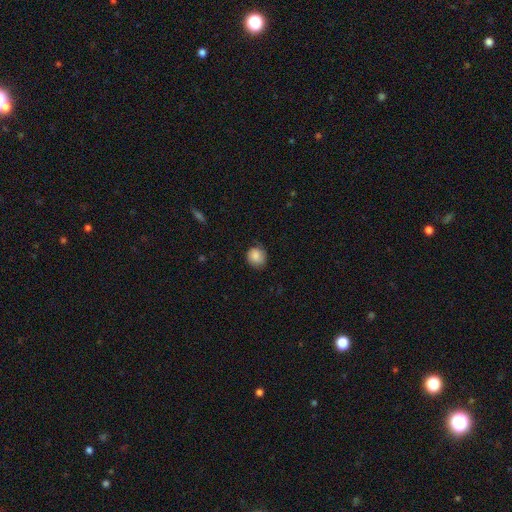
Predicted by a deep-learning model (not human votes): Smooth or featured? Predicted: smooth (p=0.83). How rounded? Predicted: round (p=0.82). Merging? Predicted: none (p=0.73).